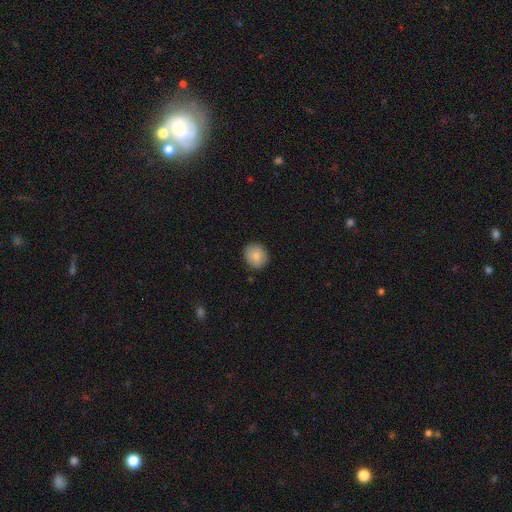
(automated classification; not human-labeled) Smooth or featured?
  - smooth: 84% *
  - star or artifact: 8%
  - featured or disk: 8%
How rounded?
  - round: 79% *
  - in between: 20%
  - cigar-shaped: 1%
Merging?
  - none: 87% *
  - minor disturbance: 10%
  - major disturbance: 2%
  - merger: 1%